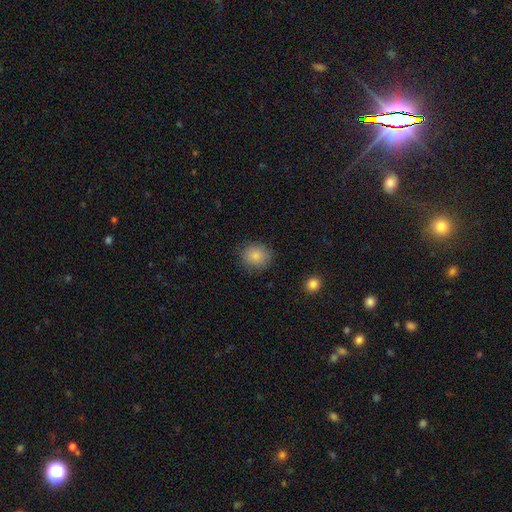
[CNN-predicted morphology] This appears to be a smooth galaxy with no disk features (86%) that is round (80%). Merging: none (85%).